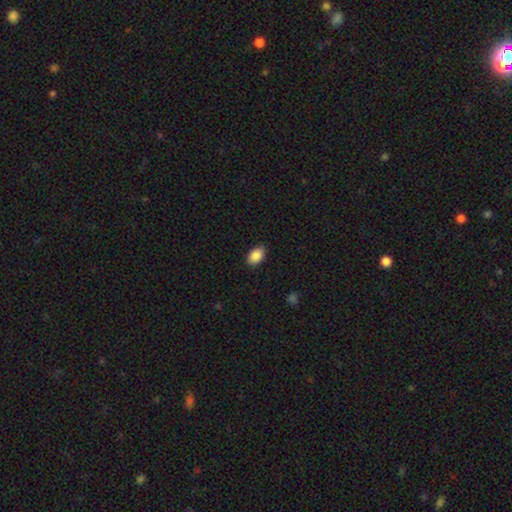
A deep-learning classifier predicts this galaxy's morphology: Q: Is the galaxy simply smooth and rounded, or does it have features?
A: smooth — 89%.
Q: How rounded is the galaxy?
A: in between — 90%.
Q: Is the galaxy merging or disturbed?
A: none — 86%.